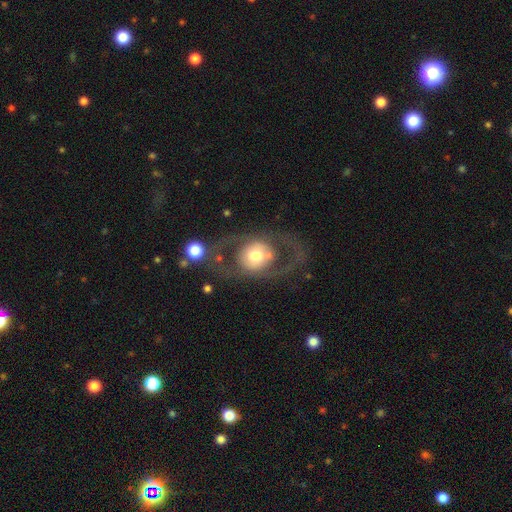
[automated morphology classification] A featured or disk galaxy (59%) with no bar (80%), no spiral arms (65%) and a moderate central bulge (50%).

Vote fractions:
- Smooth or featured? featured or disk: 59% / smooth: 35% / star or artifact: 6%
- Edge-on disk? no: 93% / yes: 7%
- Bar? no: 80% / weak: 15% / strong: 6%
- Spiral arms? no: 65% / yes: 35%
- Bulge size? moderate: 50% / large: 36% / small: 6% / dominant: 6% / none: 1%
- Merging? none: 62% / major disturbance: 18% / minor disturbance: 15% / merger: 5%